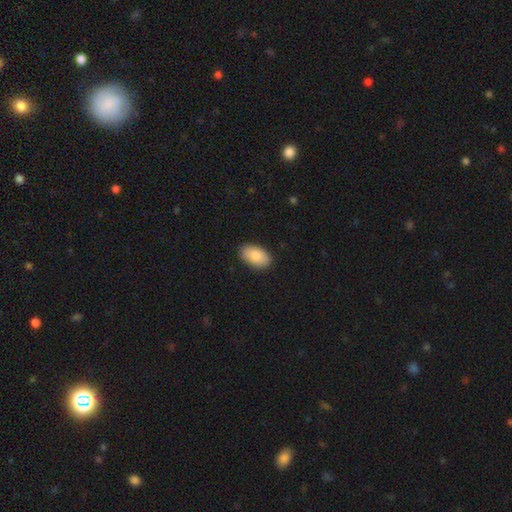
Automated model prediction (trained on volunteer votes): This is clearly a smooth galaxy (86%). How rounded: clearly in between (94%). Merging: clearly none (88%).